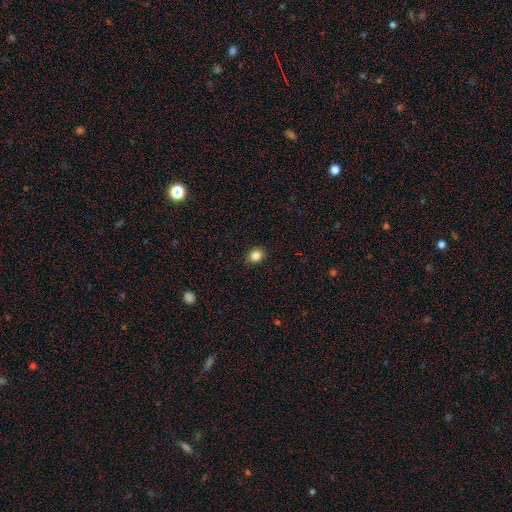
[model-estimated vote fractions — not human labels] Smooth or featured? Predicted: smooth (p=0.85). How rounded? Predicted: round (p=0.70). Merging? Predicted: none (p=0.89).